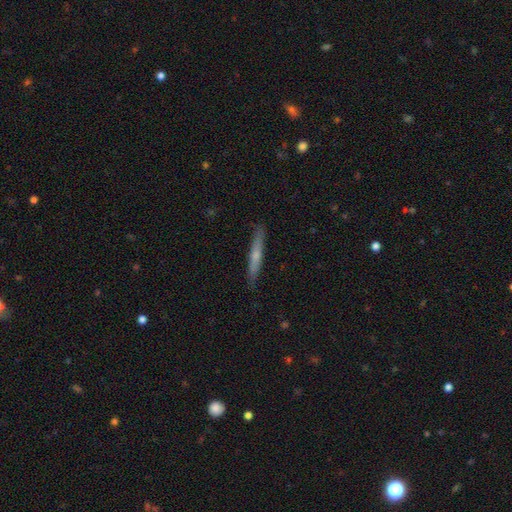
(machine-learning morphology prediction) smooth 47% (tied), featured or disk 47% (tied), star or artifact 6%. Down the decision tree: merging — none (88%).